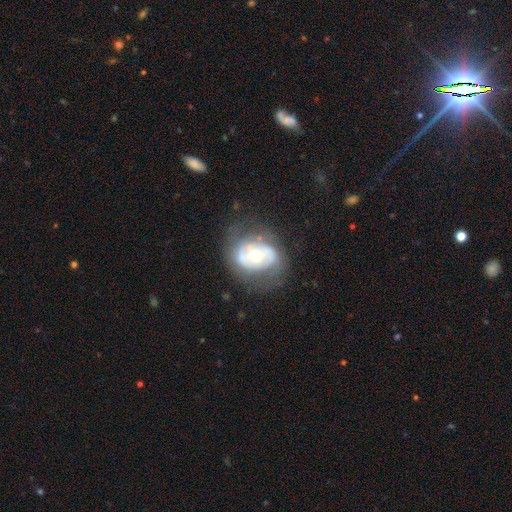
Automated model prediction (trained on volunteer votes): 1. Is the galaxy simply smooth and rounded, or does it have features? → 64% featured or disk, 29% smooth, 7% star or artifact.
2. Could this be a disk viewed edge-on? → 95% no, 5% yes.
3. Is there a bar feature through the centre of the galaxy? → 73% no, 18% weak, 9% strong.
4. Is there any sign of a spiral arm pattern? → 56% no, 44% yes.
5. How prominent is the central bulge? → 73% moderate, 15% small, 9% large, 1% dominant, 1% none.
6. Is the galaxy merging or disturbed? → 63% none, 21% minor disturbance, 14% major disturbance, 2% merger.